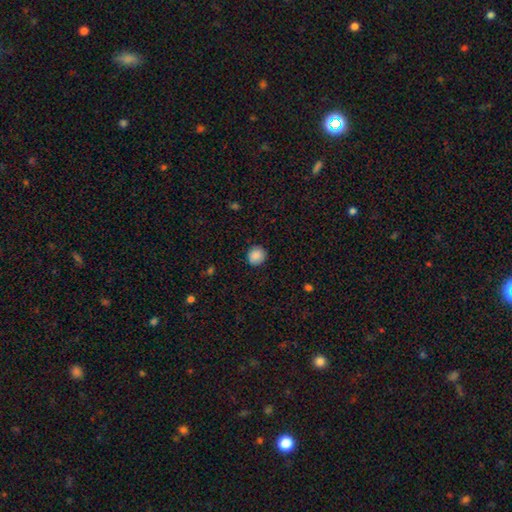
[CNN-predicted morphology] Overall: smooth (88%). How rounded: round (87%). Merging: none (88%).